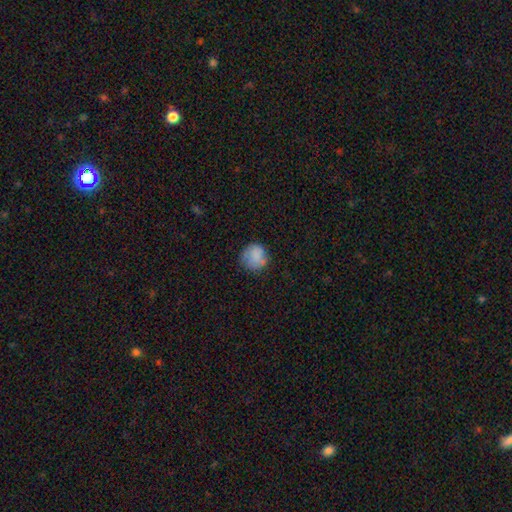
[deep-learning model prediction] Q: Smooth or featured?
A: smooth (80%); runner-up: featured or disk (12%)
Q: How rounded?
A: round (87%); runner-up: in between (12%)
Q: Merging?
A: none (67%); runner-up: minor disturbance (23%)